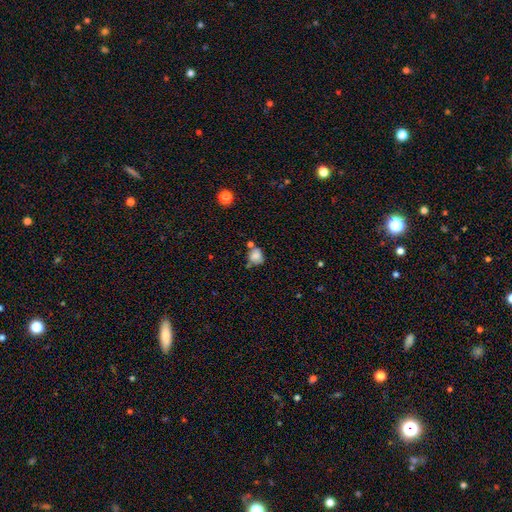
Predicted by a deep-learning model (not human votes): Morphology: type=smooth (76%); roundness=round (61%); merging=none (43%).